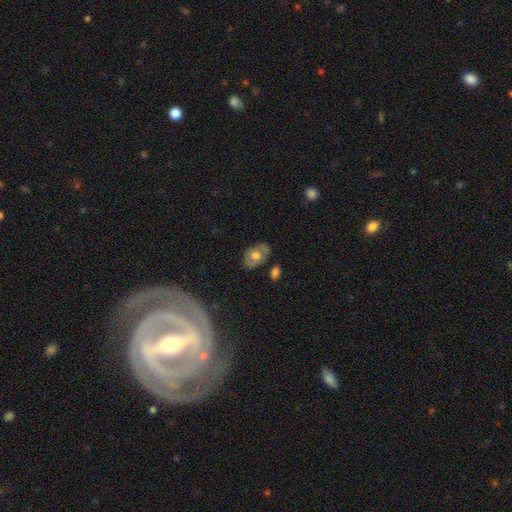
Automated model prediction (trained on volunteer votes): A smooth galaxy with no disk features (53%) that is in between round and cigar-shaped (85%).

Vote fractions:
- Smooth or featured? smooth: 53% / featured or disk: 40% / star or artifact: 7%
- How rounded? in between: 85% / round: 14% / cigar-shaped: 1%
- Merging? none: 75% / minor disturbance: 17% / major disturbance: 5% / merger: 4%